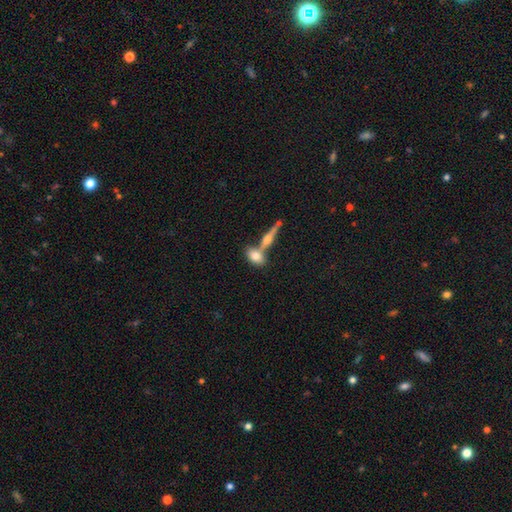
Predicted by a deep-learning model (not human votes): The model was most divided on "merging" (2-way tie): merger: 44%, none: 44%, minor disturbance: 9%, major disturbance: 3%. More confident: how rounded — in between (78%); smooth or featured — smooth (67%).